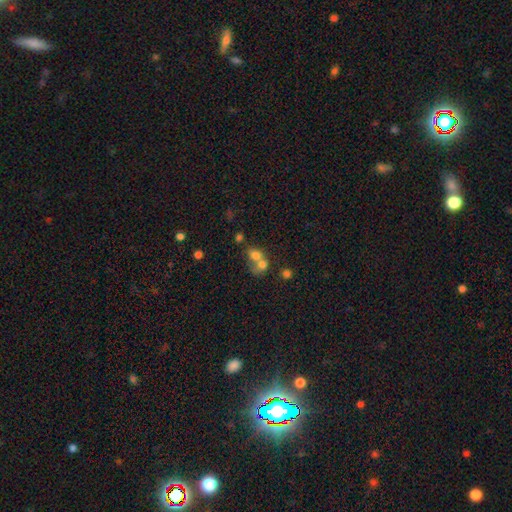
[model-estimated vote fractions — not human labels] Morphology: type=smooth (70%); roundness=round (56%); merging=merger (66%).